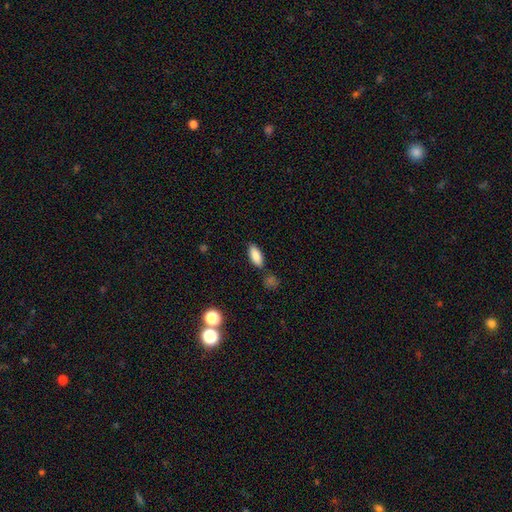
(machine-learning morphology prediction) Smooth or featured?
  - smooth: 87% *
  - star or artifact: 7%
  - featured or disk: 6%
How rounded?
  - in between: 83% *
  - cigar-shaped: 15%
  - round: 2%
Merging?
  - none: 79% *
  - minor disturbance: 12%
  - merger: 6%
  - major disturbance: 3%